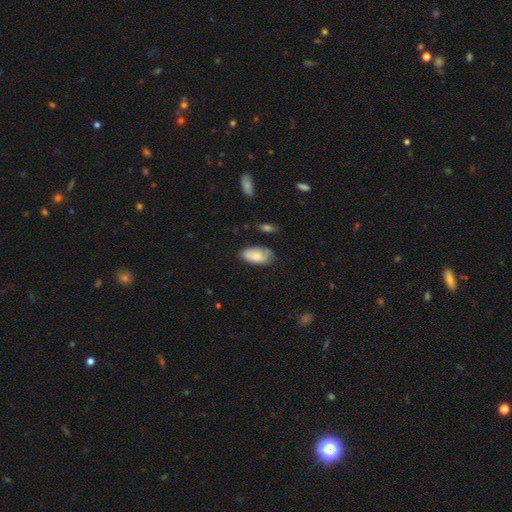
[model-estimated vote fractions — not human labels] A smooth galaxy with no disk features (68%) that is in between round and cigar-shaped (93%).

Vote fractions:
- Smooth or featured? smooth: 68% / featured or disk: 26% / star or artifact: 6%
- How rounded? in between: 93% / cigar-shaped: 4% / round: 3%
- Merging? none: 62% / minor disturbance: 28% / major disturbance: 6% / merger: 3%